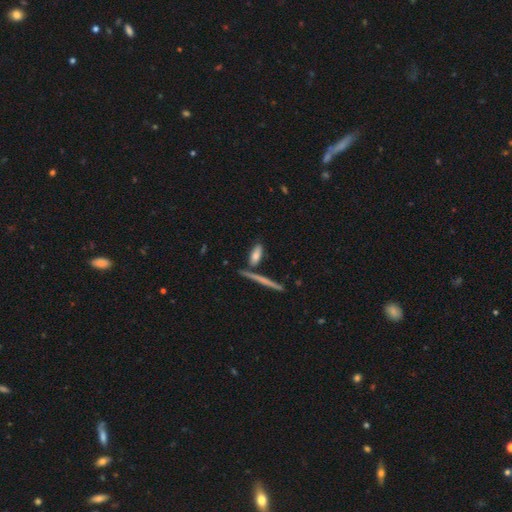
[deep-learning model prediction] A smooth galaxy with no disk features (71%) that is in between round and cigar-shaped (57%).

Vote fractions:
- Smooth or featured? smooth: 71% / featured or disk: 22% / star or artifact: 7%
- How rounded? in between: 57% / cigar-shaped: 39% / round: 4%
- Merging? none: 68% / merger: 16% / minor disturbance: 12% / major disturbance: 4%